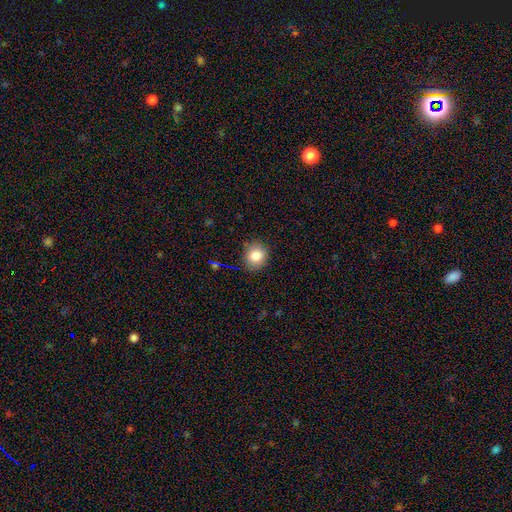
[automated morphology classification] The model was most divided on "how rounded": round: 78%, in between: 21%, cigar-shaped: 1%. More confident: merging — none (84%); smooth or featured — smooth (82%).